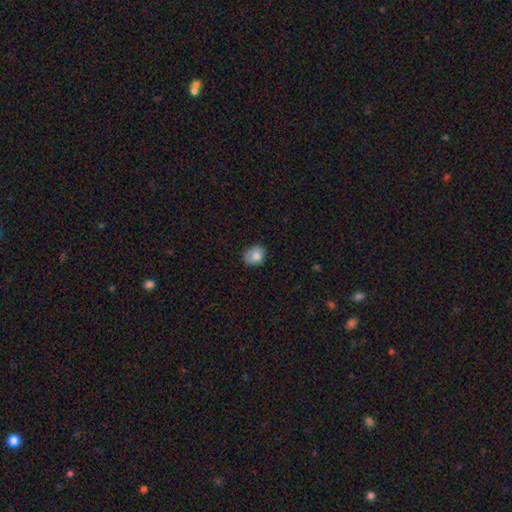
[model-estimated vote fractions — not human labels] A smooth galaxy with no disk features (82%) that is round (50%).

Vote fractions:
- Smooth or featured? smooth: 82% / featured or disk: 9% / star or artifact: 9%
- How rounded? round: 50% / in between: 49% / cigar-shaped: 1%
- Merging? none: 69% / minor disturbance: 25% / major disturbance: 5% / merger: 1%